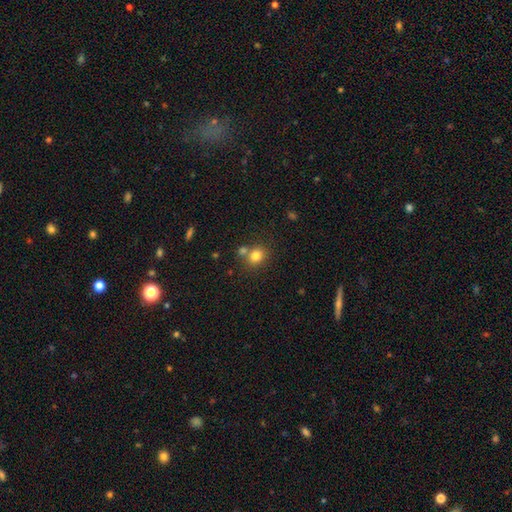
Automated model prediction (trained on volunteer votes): Overall: smooth (79%). How rounded: round (78%). Merging: none (63%; merger 25%).